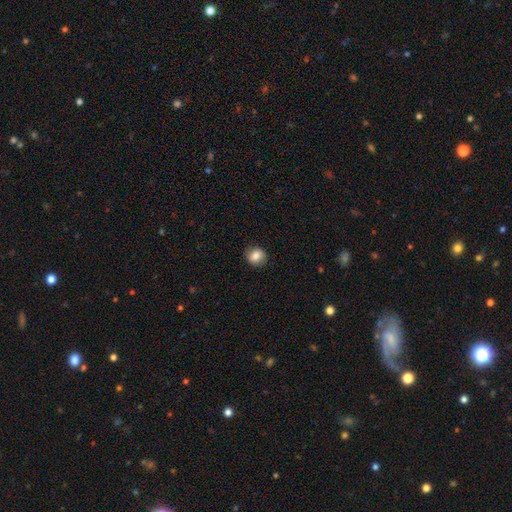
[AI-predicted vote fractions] Morphology: type=smooth (81%); roundness=round (77%); merging=none (87%).